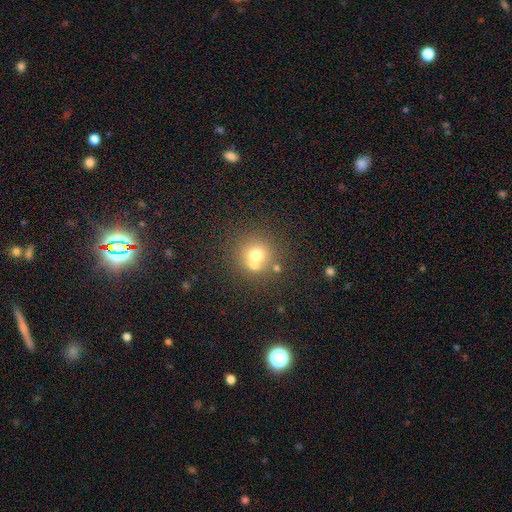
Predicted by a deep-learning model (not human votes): The model was most divided on "merging": none: 53%, merger: 34%, minor disturbance: 9%, major disturbance: 4%. More confident: how rounded — round (90%); smooth or featured — smooth (67%).